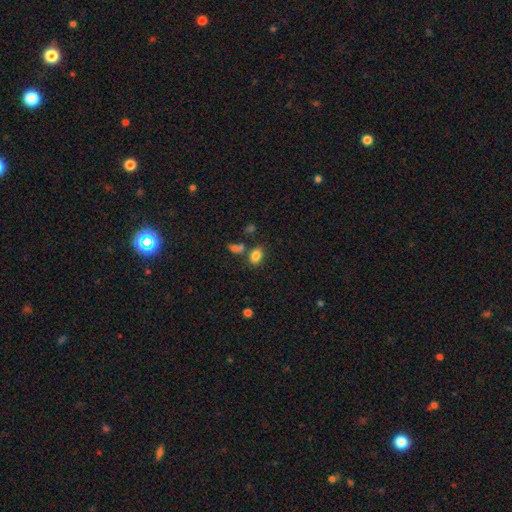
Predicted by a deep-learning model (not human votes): Smooth or featured: smooth — 83% (star or artifact — 10%)
How rounded: in between — 78% (round — 21%)
Merging: none — 69% (merger — 14%)